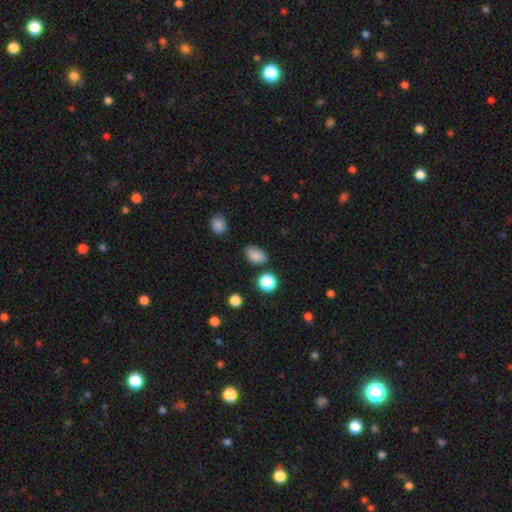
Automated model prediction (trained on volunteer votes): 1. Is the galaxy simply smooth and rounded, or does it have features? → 85% smooth, 11% star or artifact, 5% featured or disk.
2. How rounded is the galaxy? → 84% in between, 15% round, 1% cigar-shaped.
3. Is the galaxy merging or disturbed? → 77% none, 16% minor disturbance, 4% merger, 4% major disturbance.